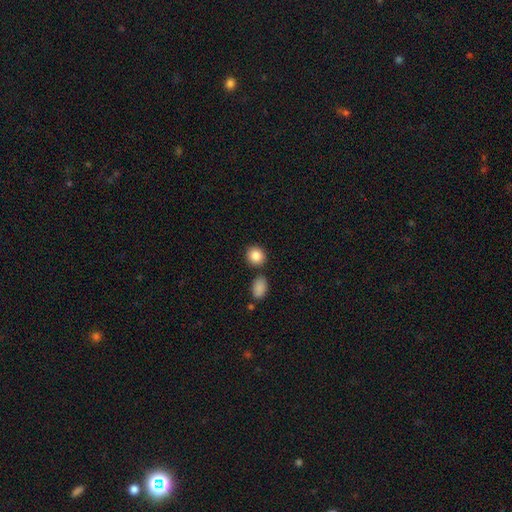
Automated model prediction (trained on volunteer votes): Smooth or featured?
  - smooth: 87% *
  - star or artifact: 8%
  - featured or disk: 5%
How rounded?
  - round: 75% *
  - in between: 24%
  - cigar-shaped: 1%
Merging?
  - none: 79% *
  - minor disturbance: 9%
  - merger: 9%
  - major disturbance: 3%